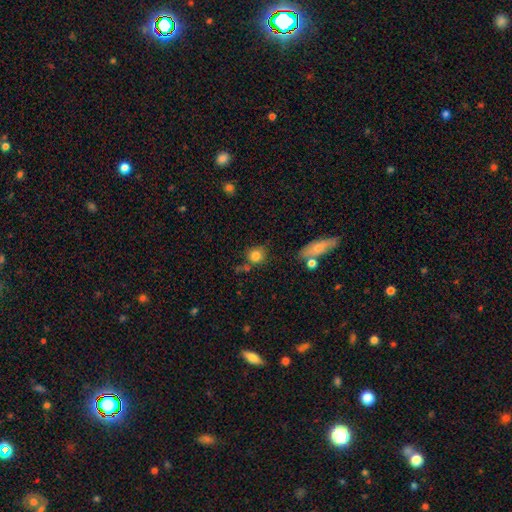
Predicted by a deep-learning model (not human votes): smooth-or-featured: smooth: 81% | star or artifact: 10% | featured or disk: 8%
  how-rounded: round: 83% | in between: 16% | cigar-shaped: 2%
  merging: none: 65% | minor disturbance: 17% | merger: 12% | major disturbance: 6%